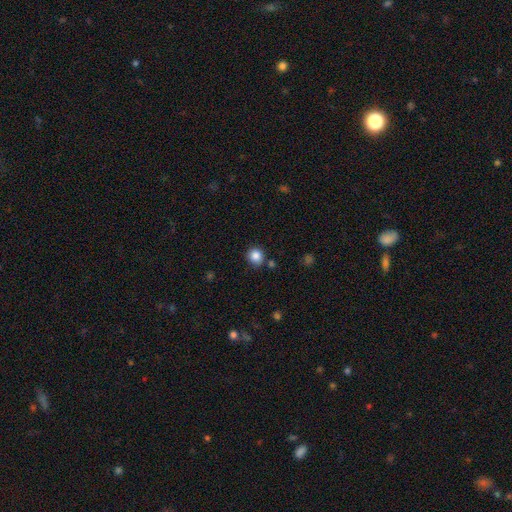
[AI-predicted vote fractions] Overall: smooth (86%). How rounded: round (91%). Merging: none (84%).